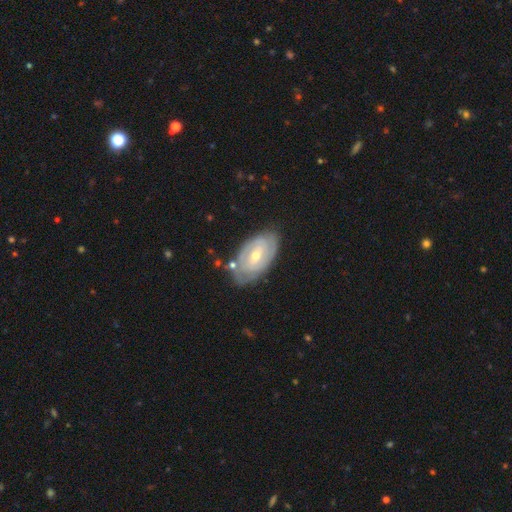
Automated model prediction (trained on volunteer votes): This is likely a featured or disk galaxy (72%). It is clearly not viewed edge-on (93%). Bar: marginally weak (43%). Spiral arm pattern: likely yes (77%). Spiral arm count: marginally 2 (42%). Spiral winding: likely tight (69%). Central bulge: possibly small (51%). Merging: likely none (71%).